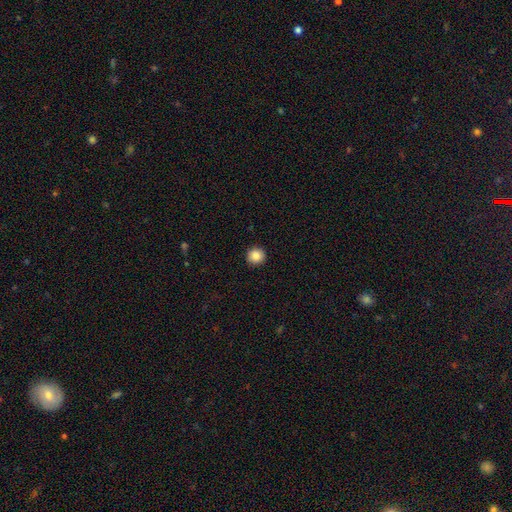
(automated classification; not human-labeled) smooth_or_featured: smooth (p=0.87) [alt: star or artifact p=0.09]
how_rounded: round (p=0.94) [alt: in between p=0.05]
merging: none (p=0.93) [alt: minor disturbance p=0.04]